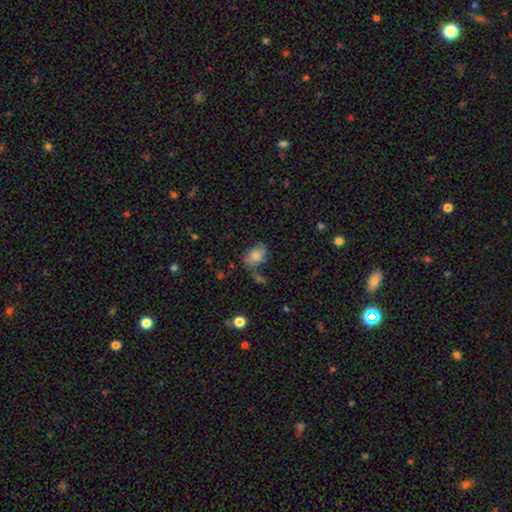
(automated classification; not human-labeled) Smooth or featured: smooth — 70% (featured or disk — 19%)
How rounded: in between — 76% (round — 23%)
Merging: none — 51% (minor disturbance — 26%)